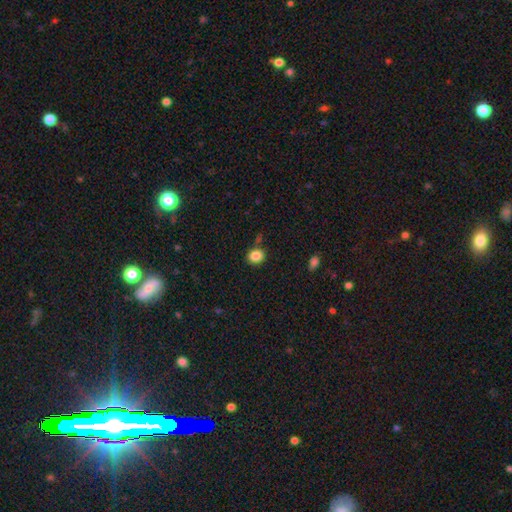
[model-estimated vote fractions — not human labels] Overall: smooth (86%). How rounded: round (68%; in between 31%). Merging: none (81%).